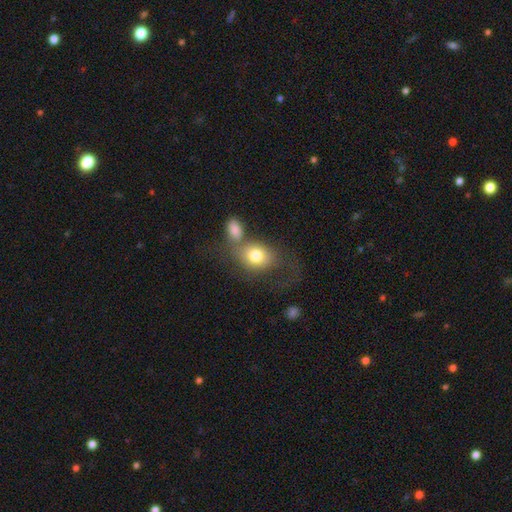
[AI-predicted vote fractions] smooth_or_featured: smooth (p=0.75) [alt: featured or disk p=0.16]
how_rounded: in between (p=0.60) [alt: round p=0.39]
merging: merger (p=0.37) [alt: none p=0.32]